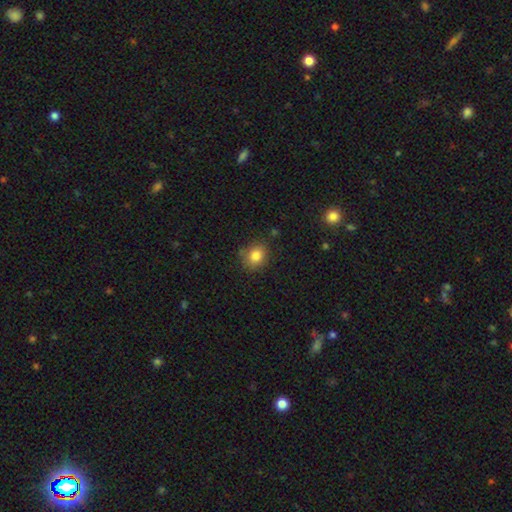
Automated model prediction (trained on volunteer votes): Smooth or featured?
  - smooth: 81% *
  - star or artifact: 11%
  - featured or disk: 8%
How rounded?
  - round: 66% *
  - in between: 33%
  - cigar-shaped: 1%
Merging?
  - none: 82% *
  - minor disturbance: 13%
  - major disturbance: 3%
  - merger: 2%